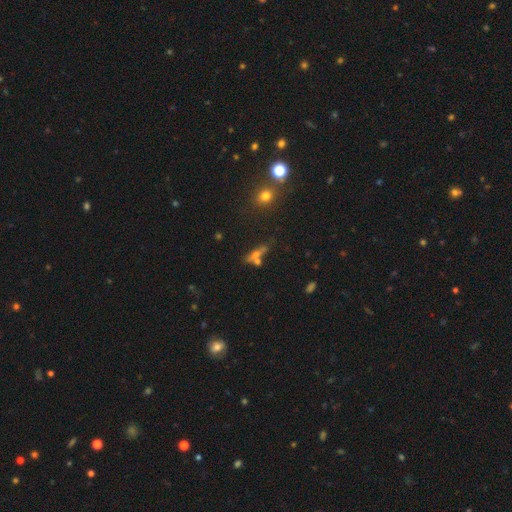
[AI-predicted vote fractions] A smooth galaxy with no disk features (45%). Merging: none (45%).